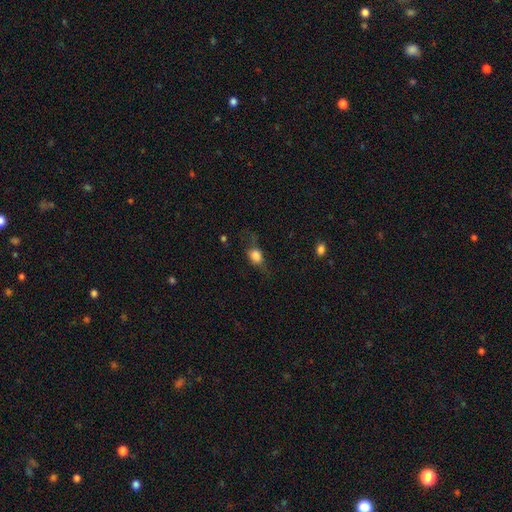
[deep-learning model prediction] Smooth or featured? Predicted: smooth (p=0.72). How rounded? Predicted: in between (p=0.55). Merging? Predicted: none (p=0.50).